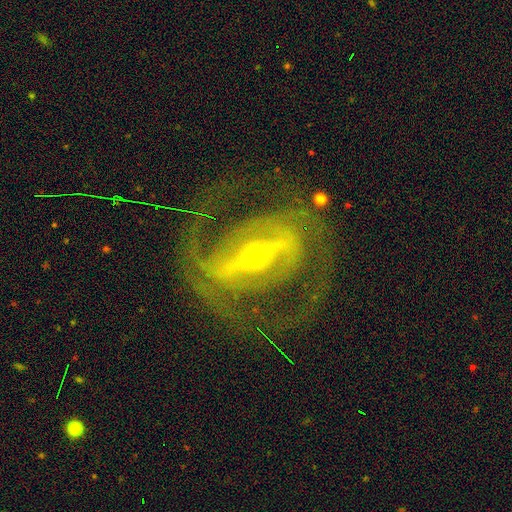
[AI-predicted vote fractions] Overall: featured or disk (89%). Edge-on disk: no (93%). Bar: strong (74%). Spiral arms: yes (86%). Spiral arm count: 2 (73%). Spiral winding: medium (50%; tight 31%). Bulge size: small (65%; moderate 32%). Merging: none (71%).